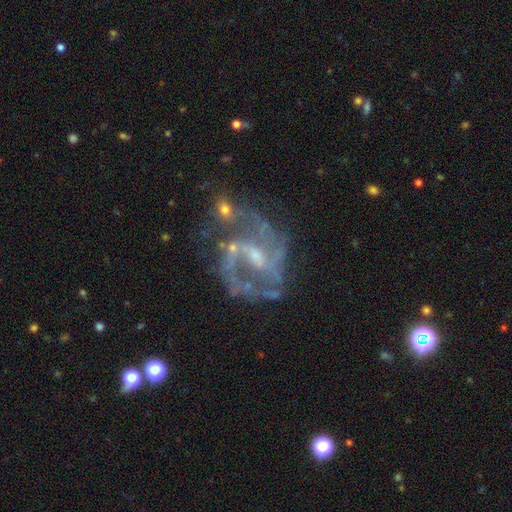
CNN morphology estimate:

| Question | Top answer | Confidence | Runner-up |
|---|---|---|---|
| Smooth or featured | featured or disk | 87% | star or artifact (8%) |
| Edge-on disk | no | 98% | yes (2%) |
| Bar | weak | 53% | no (27%) |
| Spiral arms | yes | 91% | no (9%) |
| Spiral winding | medium | 54% | loose (26%) |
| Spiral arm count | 2 | 62% | can't tell (14%) |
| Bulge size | small | 52% | moderate (33%) |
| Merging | none | 52% | major disturbance (20%) |